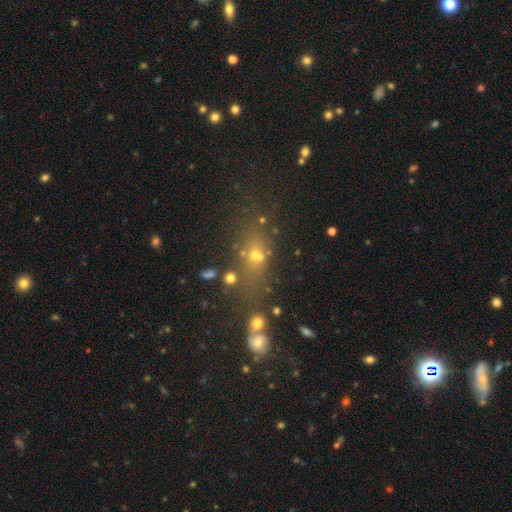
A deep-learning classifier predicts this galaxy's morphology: smooth-or-featured: smooth: 51% | star or artifact: 27% | featured or disk: 21%
  how-rounded: in between: 56% | round: 27% | cigar-shaped: 17%
  merging: none: 49% | merger: 24% | minor disturbance: 16% | major disturbance: 12%